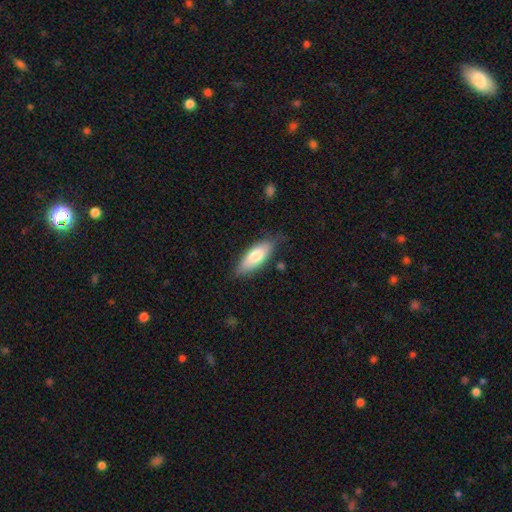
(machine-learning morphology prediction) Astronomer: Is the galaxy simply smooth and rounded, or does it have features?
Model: smooth — 76%.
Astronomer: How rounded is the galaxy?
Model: in between — 74%.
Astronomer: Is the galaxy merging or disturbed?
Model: none — 77%.